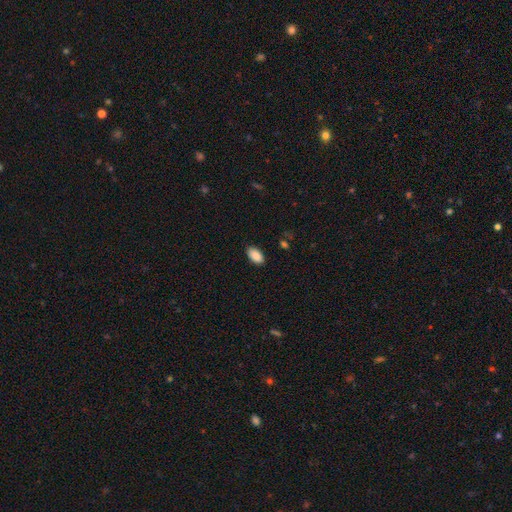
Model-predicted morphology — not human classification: smooth 90%, star or artifact 7%, featured or disk 3%. Down the decision tree: how rounded — in between (94%); merging — none (87%).